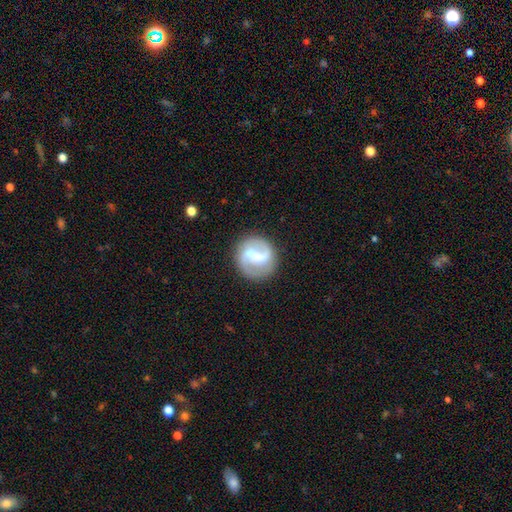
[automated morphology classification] The model was most divided on "bulge size": small: 35%, none: 30%, moderate: 25%, large: 9%, dominant: 2%. Remaining: edge-on disk — no (98%); spiral arms — yes (90%); spiral arm count — 2 (86%); merging — none (78%); smooth or featured — featured or disk (74%); spiral winding — medium (46%); bar — weak (45%).